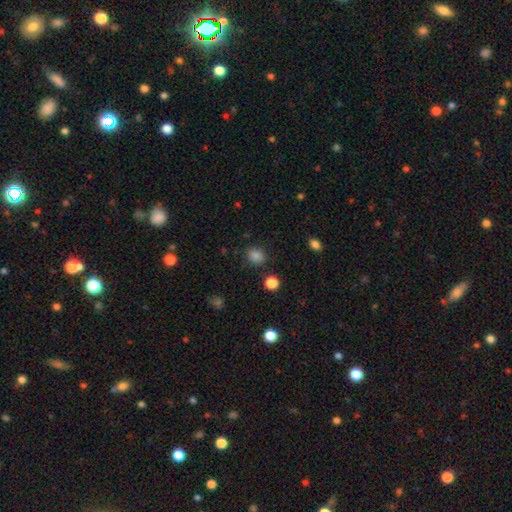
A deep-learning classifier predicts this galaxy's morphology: This appears to be a smooth galaxy with no disk features (84%) that is round (66%). Merging: none (84%).